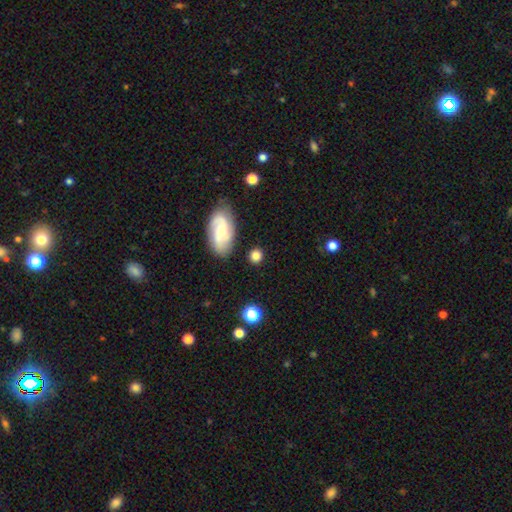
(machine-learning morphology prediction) Smooth or featured? smooth (74%)
How rounded? round (70%)
Merging? none (80%)